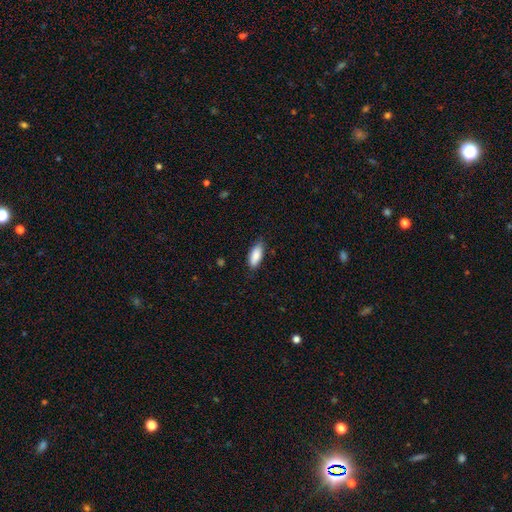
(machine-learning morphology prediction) Smooth or featured?
  - smooth: 88% *
  - featured or disk: 6%
  - star or artifact: 6%
How rounded?
  - in between: 81% *
  - cigar-shaped: 17%
  - round: 2%
Merging?
  - none: 80% *
  - minor disturbance: 16%
  - major disturbance: 3%
  - merger: 1%